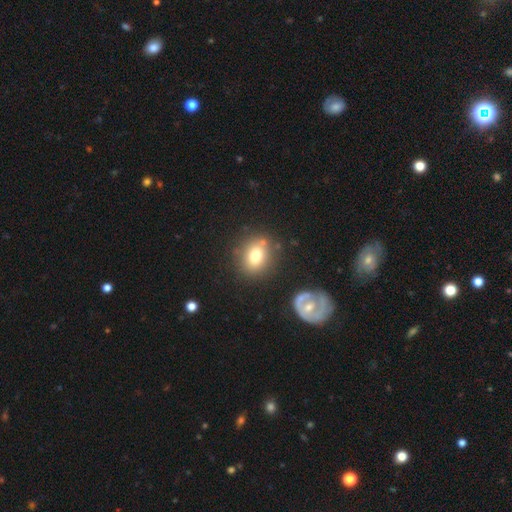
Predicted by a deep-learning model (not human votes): This is likely a smooth galaxy (76%). How rounded: likely round (62%). Merging: likely none (78%).